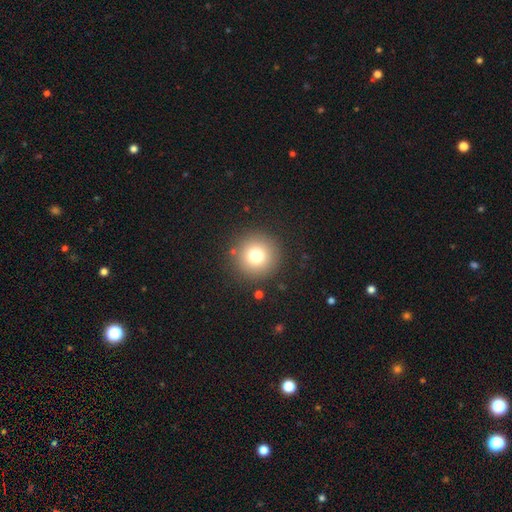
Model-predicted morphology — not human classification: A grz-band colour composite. It shows a smooth galaxy with no disk features (76%) that is round (96%). Merging: none (90%).